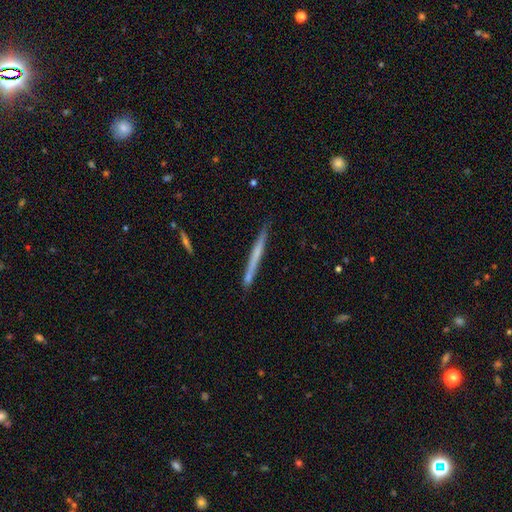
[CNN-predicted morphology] smooth-or-featured: featured or disk: 48% | smooth: 46% | star or artifact: 6%
  merging: none: 85% | minor disturbance: 10% | merger: 3% | major disturbance: 2%